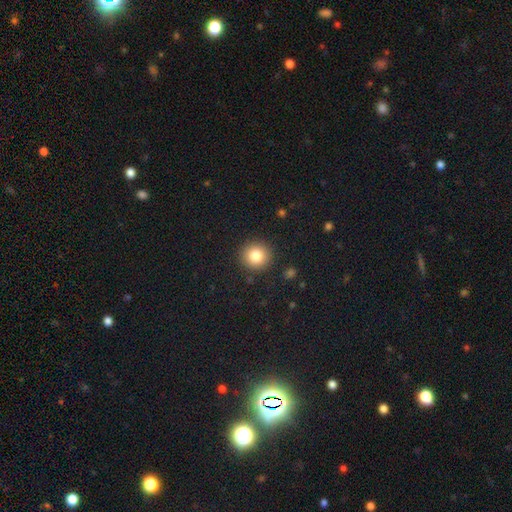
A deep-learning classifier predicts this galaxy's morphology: A smooth galaxy with no disk features (82%) that is round (92%).

Vote fractions:
- Smooth or featured? smooth: 82% / star or artifact: 10% / featured or disk: 8%
- How rounded? round: 92% / in between: 7% / cigar-shaped: 1%
- Merging? none: 91% / minor disturbance: 6% / major disturbance: 2% / merger: 1%